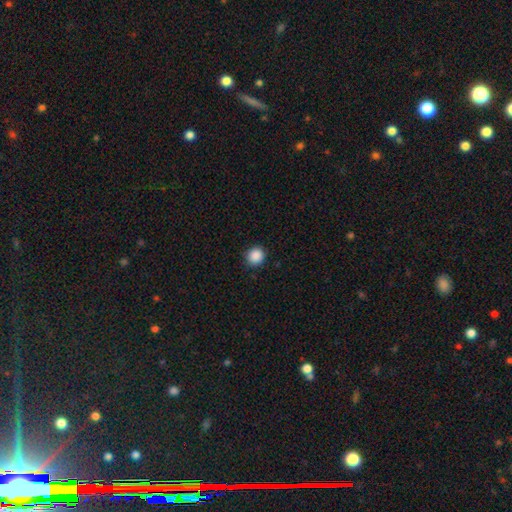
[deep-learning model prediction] The model was most divided on "smooth or featured": smooth: 88%, star or artifact: 9%, featured or disk: 2%. More confident: how rounded — round (92%); merging — none (90%).